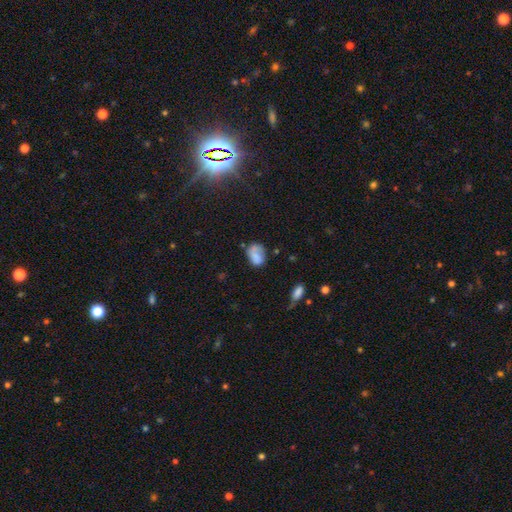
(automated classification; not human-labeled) Smooth or featured? Predicted: smooth (p=0.72). How rounded? Predicted: in between (p=0.75). Merging? Predicted: none (p=0.48).